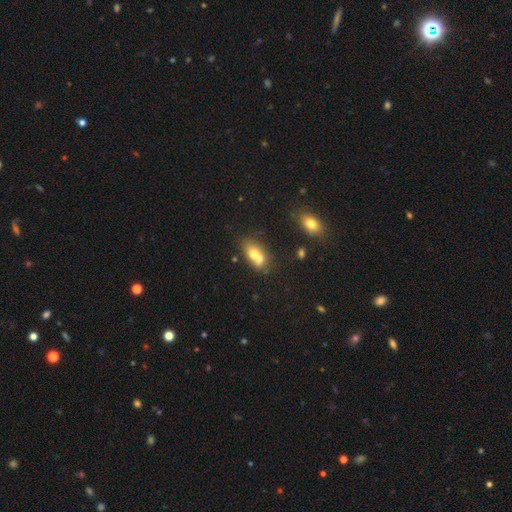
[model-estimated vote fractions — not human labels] A smooth galaxy with no disk features (66%) that is in between round and cigar-shaped (69%). Merging: merger (64%).